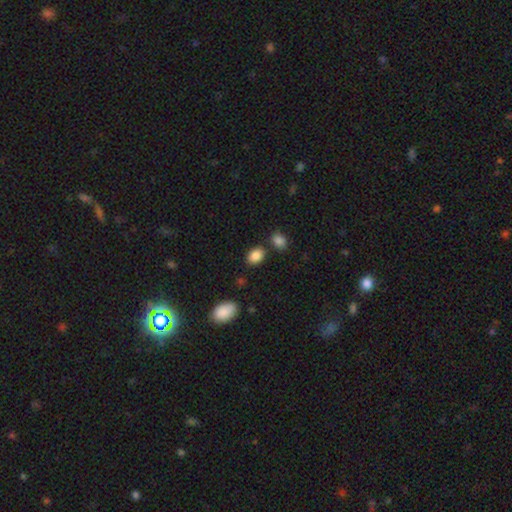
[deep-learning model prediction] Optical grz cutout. It shows a smooth galaxy with no disk features (87%) that is in between round and cigar-shaped (75%). Merging: none (78%).